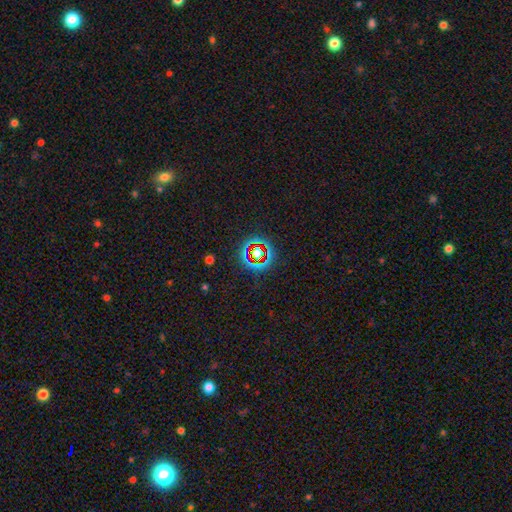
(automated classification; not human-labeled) Smooth or featured: star or artifact — 73% (smooth — 17%)